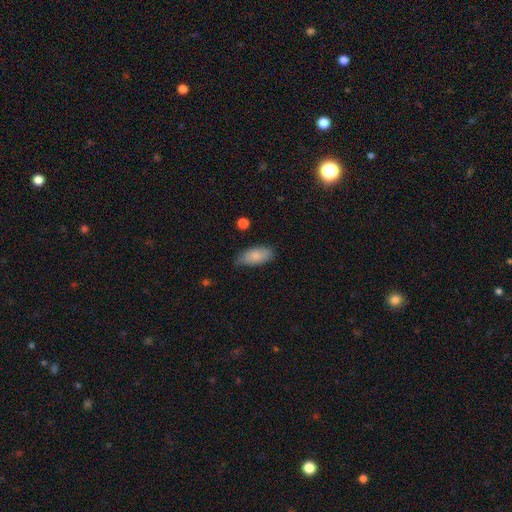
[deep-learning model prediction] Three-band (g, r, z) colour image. It shows a smooth galaxy with no disk features (83%) that is in between round and cigar-shaped (90%). Merging: none (69%).